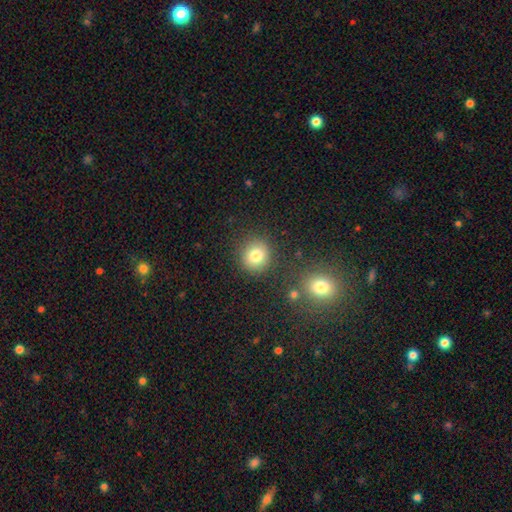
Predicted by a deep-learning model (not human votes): Smooth or featured? smooth (81%)
How rounded? round (88%)
Merging? none (84%)